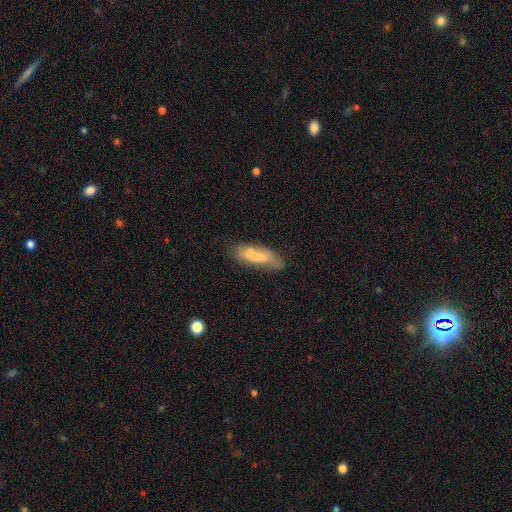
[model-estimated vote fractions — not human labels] This appears to be a smooth galaxy with no disk features (65%) that is in between round and cigar-shaped (55%). Merging: none (53%).